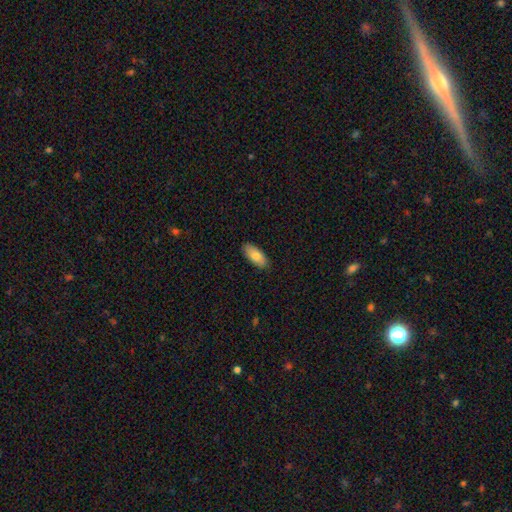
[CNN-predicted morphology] A smooth galaxy with no disk features (81%) that is in between round and cigar-shaped (86%).

Vote fractions:
- Smooth or featured? smooth: 81% / featured or disk: 13% / star or artifact: 6%
- How rounded? in between: 86% / cigar-shaped: 12% / round: 2%
- Merging? none: 88% / minor disturbance: 9% / major disturbance: 2% / merger: 1%